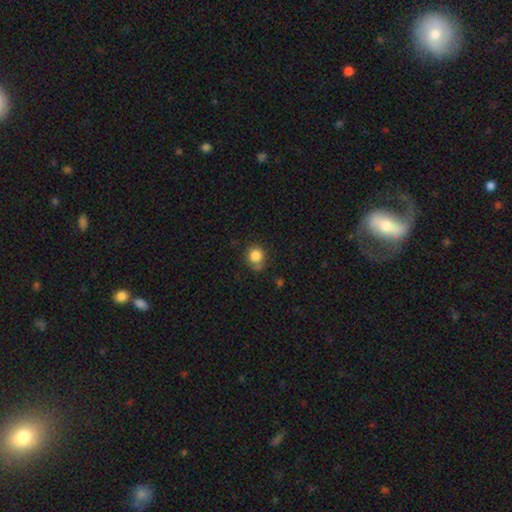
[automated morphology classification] A smooth galaxy with no disk features (84%) that is round (85%).

Vote fractions:
- Smooth or featured? smooth: 84% / star or artifact: 11% / featured or disk: 5%
- How rounded? round: 85% / in between: 14% / cigar-shaped: 1%
- Merging? none: 66% / minor disturbance: 23% / major disturbance: 6% / merger: 5%